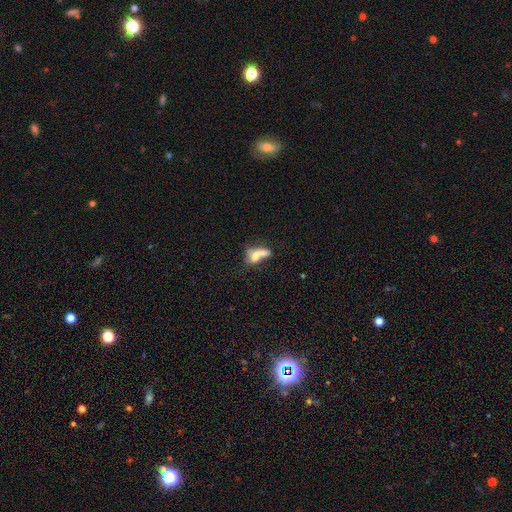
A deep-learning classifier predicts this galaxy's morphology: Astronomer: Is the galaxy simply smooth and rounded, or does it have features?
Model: smooth — 59%.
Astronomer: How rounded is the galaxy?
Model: in between — 72%.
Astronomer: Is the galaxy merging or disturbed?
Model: merger — 61%.